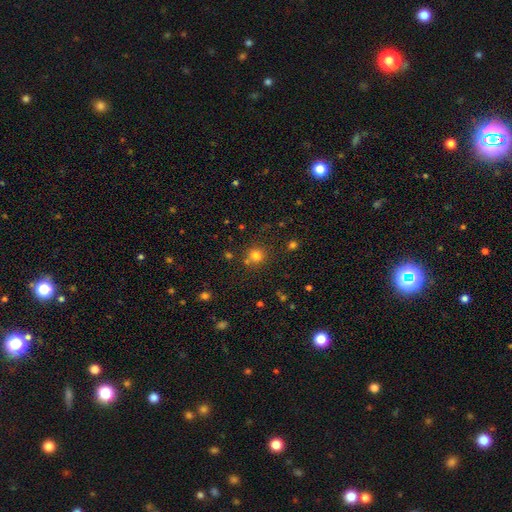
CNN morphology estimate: smooth-or-featured: smooth: 77% | star or artifact: 17% | featured or disk: 6%
  how-rounded: round: 90% | in between: 9% | cigar-shaped: 1%
  merging: none: 76% | merger: 12% | minor disturbance: 9% | major disturbance: 4%